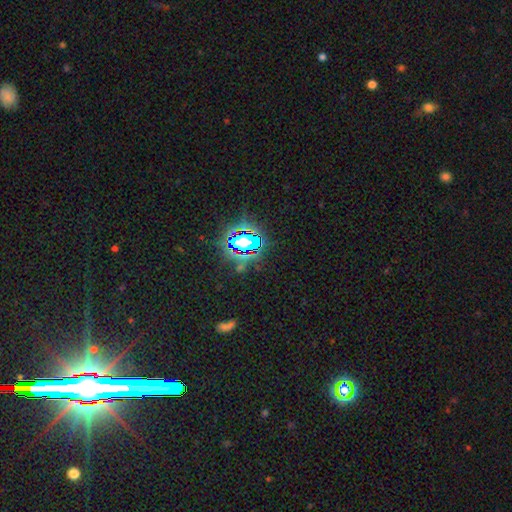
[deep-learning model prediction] Overall: star or artifact (83%).